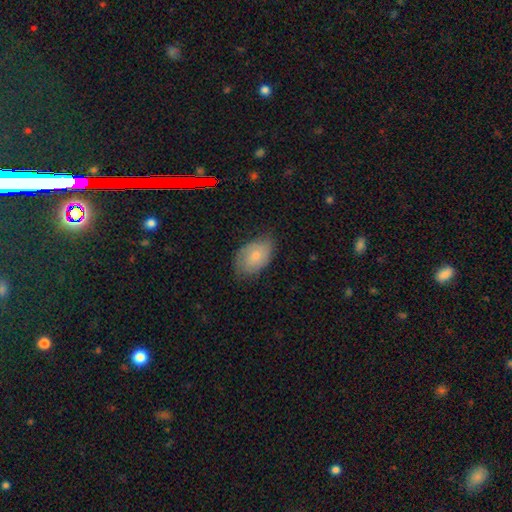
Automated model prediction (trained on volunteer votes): This is likely a smooth galaxy (72%). How rounded: clearly in between (88%). Merging: likely none (66%).